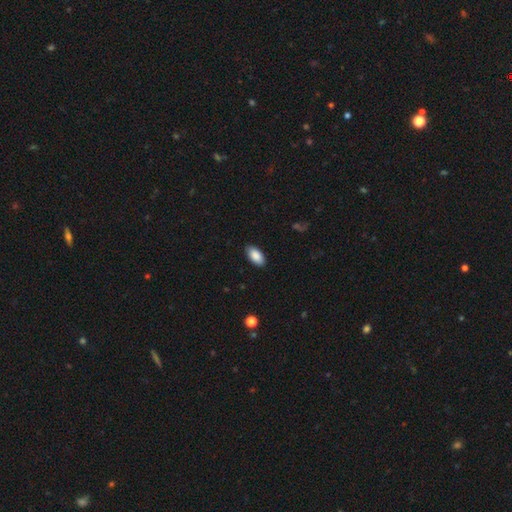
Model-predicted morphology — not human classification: Smooth or featured? smooth (88%)
How rounded? in between (94%)
Merging? none (87%)